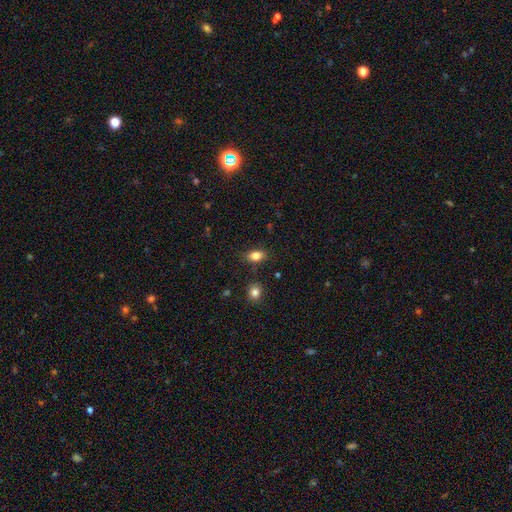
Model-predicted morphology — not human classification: Smooth or featured: smooth — 83% (star or artifact — 10%)
How rounded: in between — 84% (round — 14%)
Merging: none — 82% (minor disturbance — 12%)